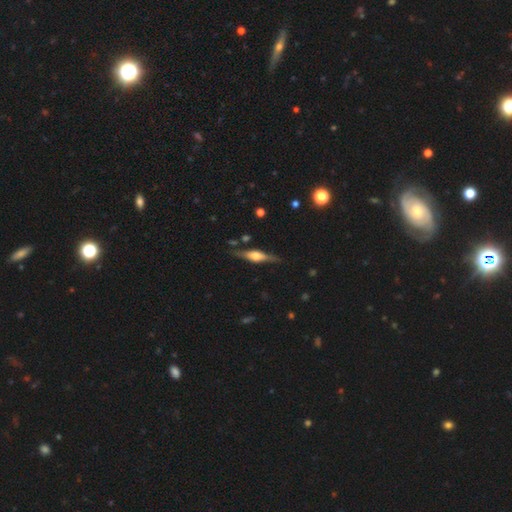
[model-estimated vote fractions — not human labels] Morphology: type=featured or disk (71%); edge-on=yes (95%); edge-on bulge=rounded (85%); merging=none (82%).